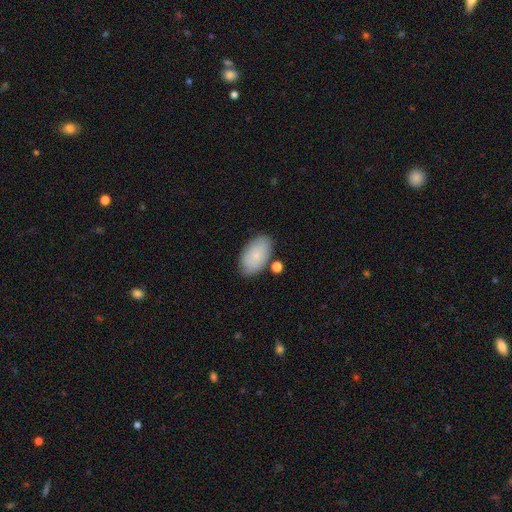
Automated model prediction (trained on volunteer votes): This appears to be a smooth galaxy with no disk features (82%) that is in between round and cigar-shaped (94%). Merging: none (79%).